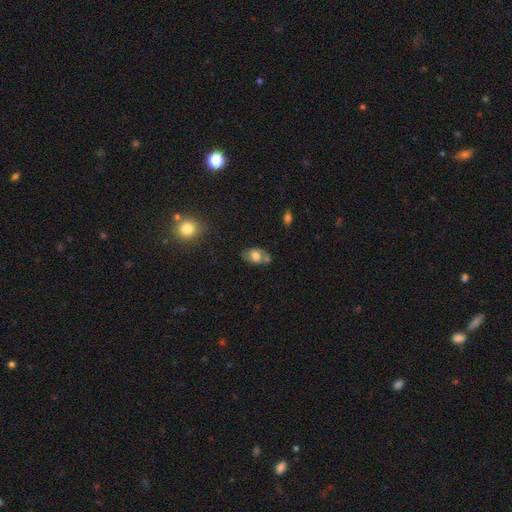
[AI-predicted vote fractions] smooth 61%, featured or disk 30%, star or artifact 9%. Down the decision tree: how rounded — in between (85%); merging — none (52%).